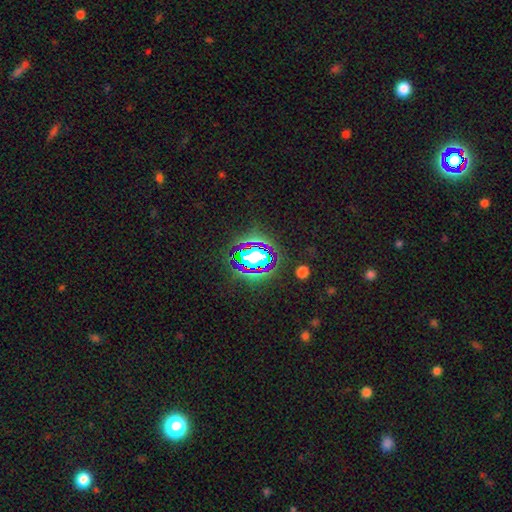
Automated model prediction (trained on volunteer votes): This is possibly a star or artifact rather than a galaxy (59%).